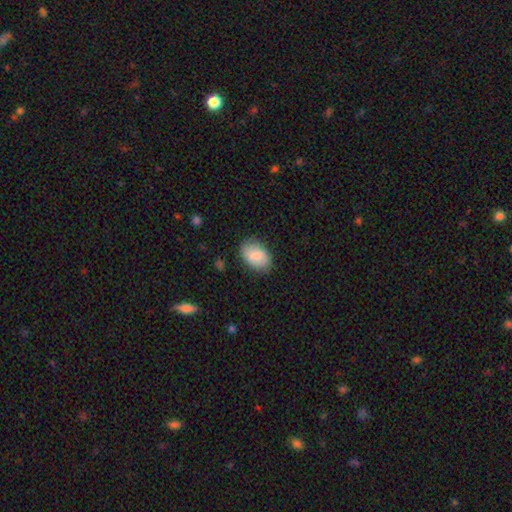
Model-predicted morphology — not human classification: Smooth or featured?
  - smooth: 79% *
  - featured or disk: 15%
  - star or artifact: 6%
How rounded?
  - in between: 87% *
  - round: 12%
  - cigar-shaped: 1%
Merging?
  - none: 82% *
  - minor disturbance: 14%
  - major disturbance: 3%
  - merger: 1%